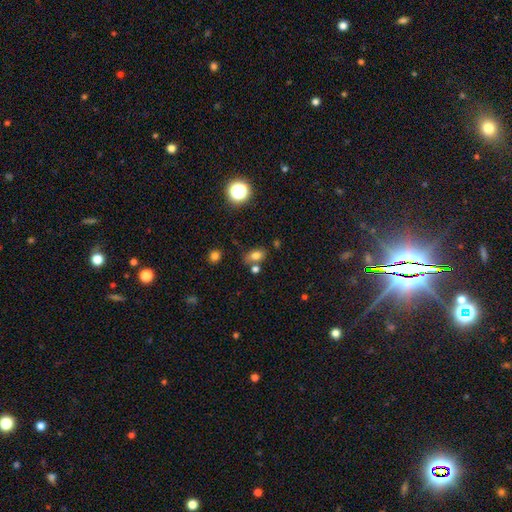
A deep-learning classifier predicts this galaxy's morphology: A smooth galaxy with no disk features (75%) that is in between round and cigar-shaped (80%). Merging: none (64%).